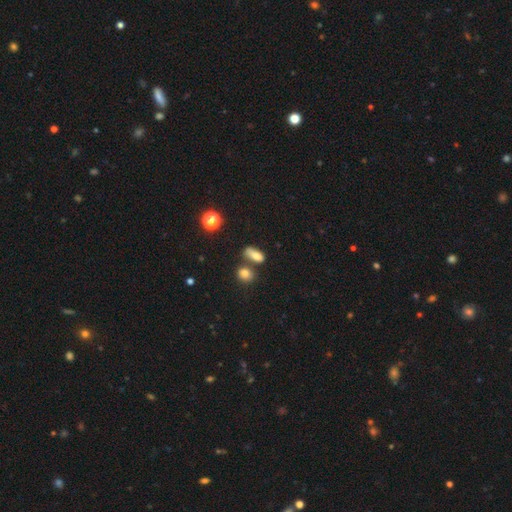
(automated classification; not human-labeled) smooth_or_featured: smooth (p=0.78) [alt: star or artifact p=0.12]
how_rounded: in between (p=0.77) [alt: cigar-shaped p=0.12]
merging: none (p=0.49) [alt: merger p=0.25]